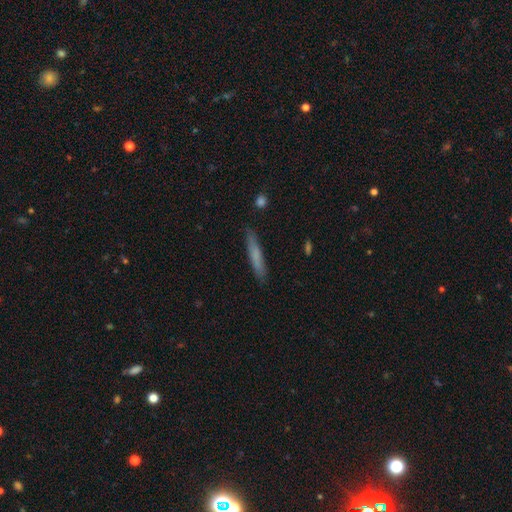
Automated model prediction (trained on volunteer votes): This appears to be a smooth galaxy with no disk features (68%) that is cigar-shaped (94%). Merging: none (88%).